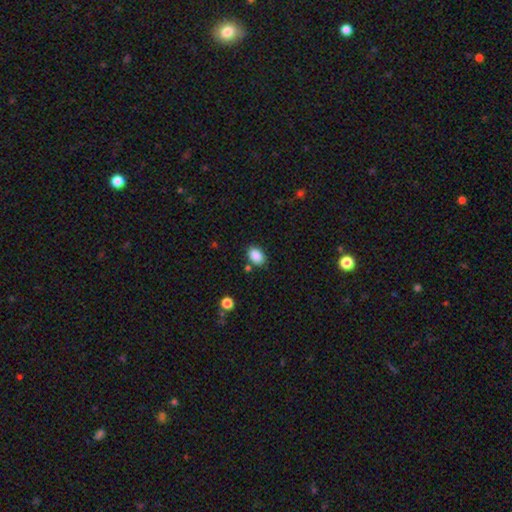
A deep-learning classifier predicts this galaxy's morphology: Overall: smooth (88%). How rounded: in between (79%). Merging: none (81%).